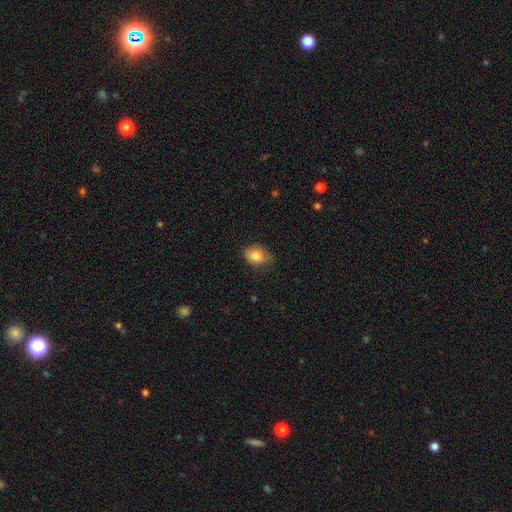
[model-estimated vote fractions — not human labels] Smooth or featured?
  - smooth: 83% *
  - featured or disk: 9%
  - star or artifact: 9%
How rounded?
  - in between: 61% *
  - round: 38%
  - cigar-shaped: 1%
Merging?
  - none: 65% *
  - minor disturbance: 28%
  - major disturbance: 6%
  - merger: 1%